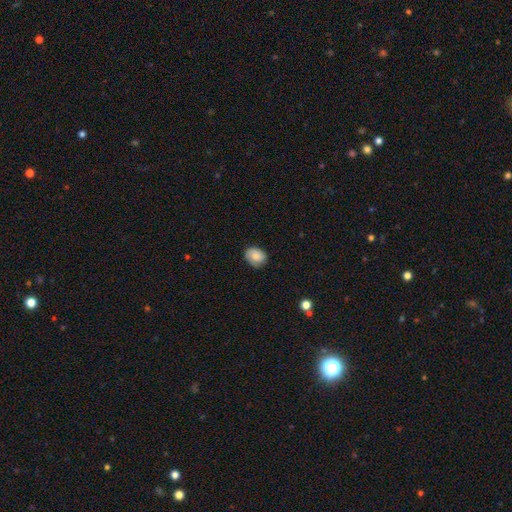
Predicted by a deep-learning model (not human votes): The model was most divided on "how rounded": in between: 52%, round: 47%, cigar-shaped: 1%. More confident: smooth or featured — smooth (82%); merging — none (78%).